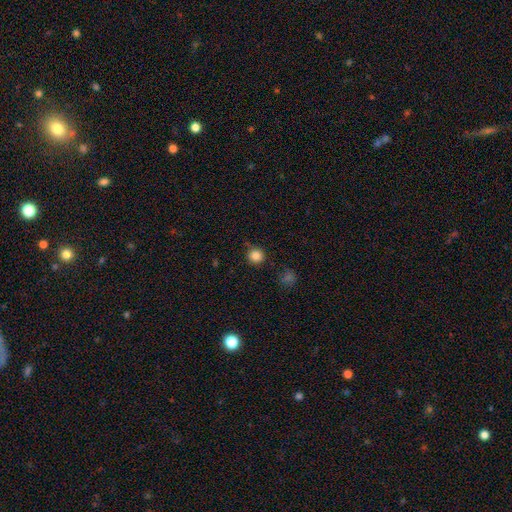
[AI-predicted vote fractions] Q: Smooth or featured?
A: smooth (84%); runner-up: star or artifact (12%)
Q: How rounded?
A: round (94%); runner-up: in between (5%)
Q: Merging?
A: none (84%); runner-up: minor disturbance (11%)